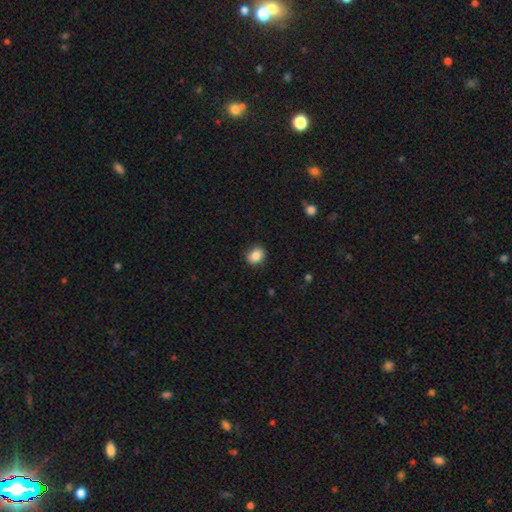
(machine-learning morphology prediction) Overall: smooth (87%). How rounded: round (51%; in between 48%). Merging: none (88%).